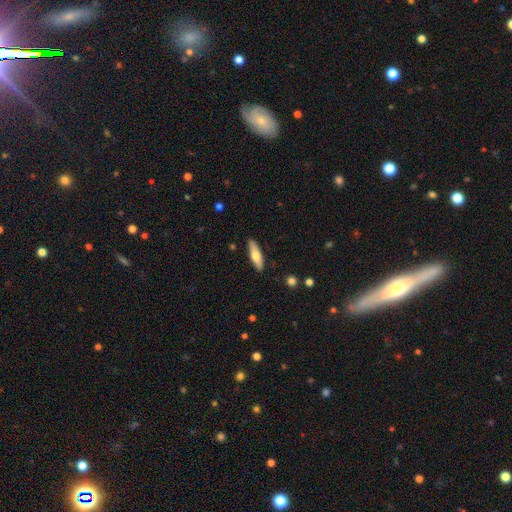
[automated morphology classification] type=smooth (61%); roundness=cigar-shaped (62%); merging=none (88%).